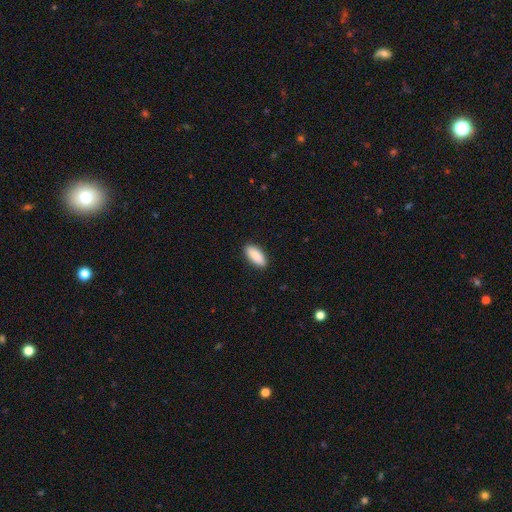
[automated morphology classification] Overall: smooth (90%). How rounded: in between (86%). Merging: none (90%).